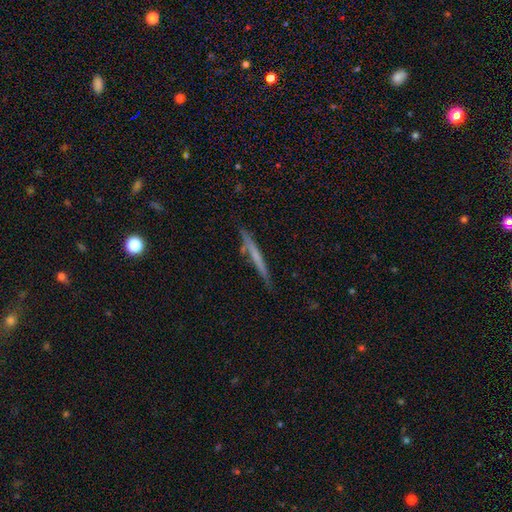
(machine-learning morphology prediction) smooth-or-featured: smooth: 47% (tied) | featured or disk: 47% (tied) | star or artifact: 6%
  merging: none: 80% | minor disturbance: 14% | merger: 3% | major disturbance: 3%